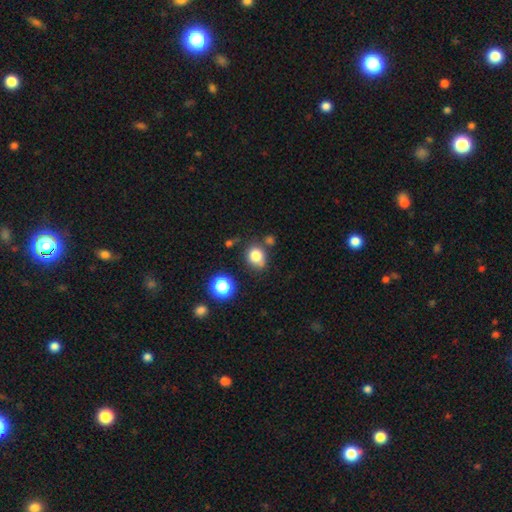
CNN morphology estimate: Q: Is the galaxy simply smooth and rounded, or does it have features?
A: smooth — 80%.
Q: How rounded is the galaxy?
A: round — 69%.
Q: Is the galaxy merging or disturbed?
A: none — 64%.